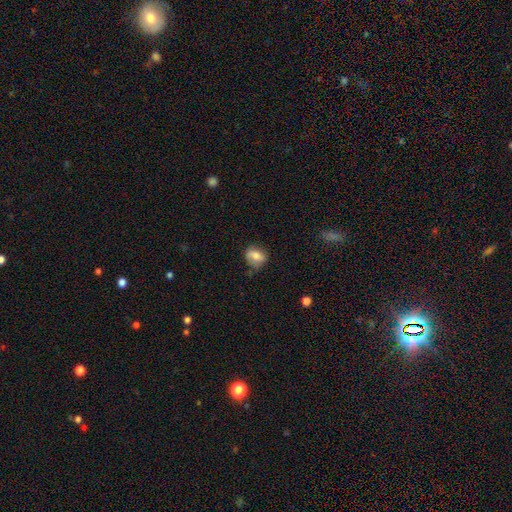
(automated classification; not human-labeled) Morphology: type=smooth (72%); roundness=in between (52%); merging=none (67%).